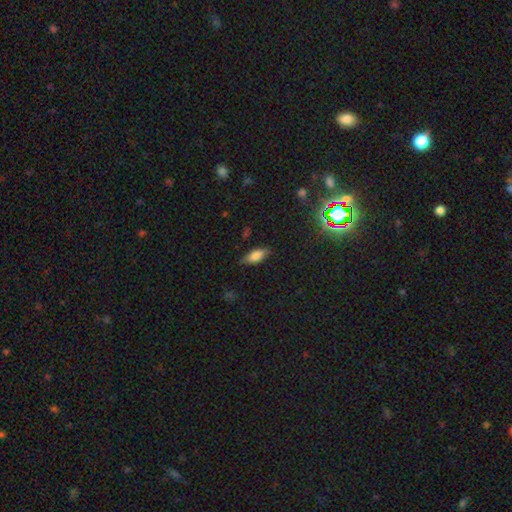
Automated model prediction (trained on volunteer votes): A smooth galaxy with no disk features (77%) that is in between round and cigar-shaped (79%). Merging: none (78%).